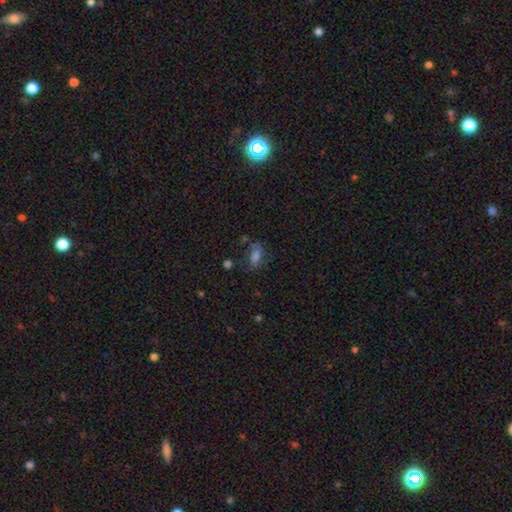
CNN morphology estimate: This is likely a smooth galaxy (66%). How rounded: clearly in between (81%). Merging: possibly none (60%).